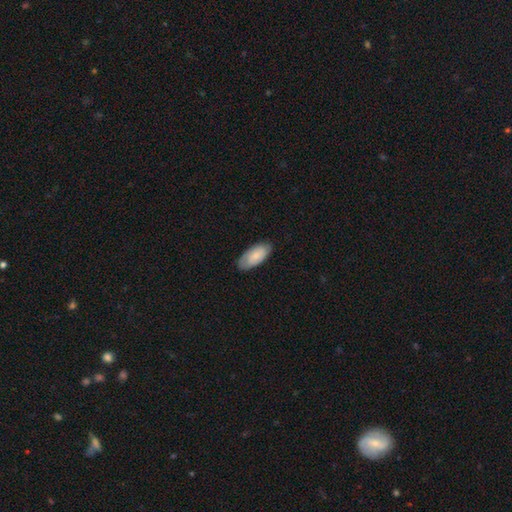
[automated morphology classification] Smooth or featured: smooth — 73% (featured or disk — 22%)
How rounded: in between — 92% (cigar-shaped — 6%)
Merging: none — 81% (minor disturbance — 15%)